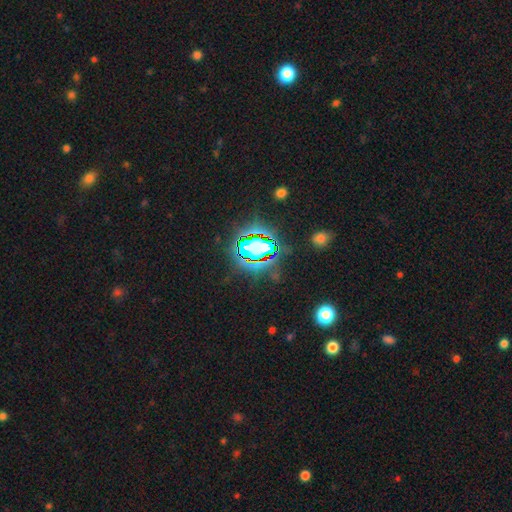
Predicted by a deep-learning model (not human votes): This is clearly a star or artifact rather than a galaxy (83%).